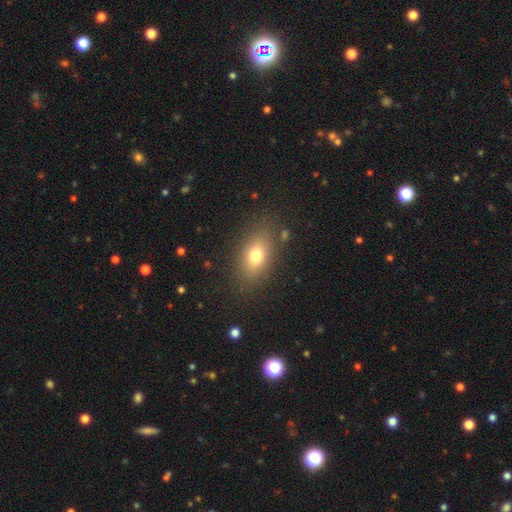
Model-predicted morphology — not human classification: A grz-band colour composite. It shows a smooth galaxy with no disk features (76%) that is in between round and cigar-shaped (82%). Merging: none (82%).